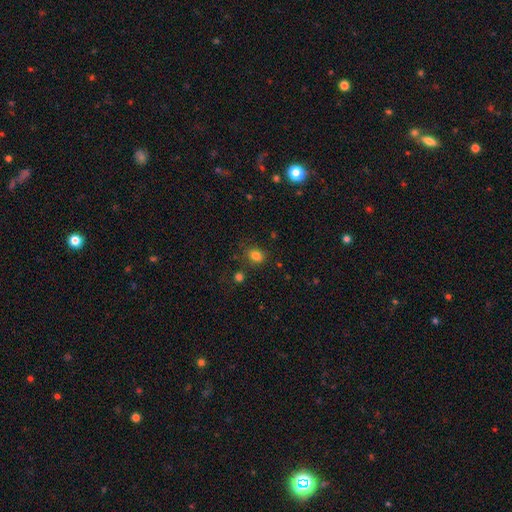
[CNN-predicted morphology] Overall: smooth (81%). How rounded: in between (55%; round 44%). Merging: none (76%).